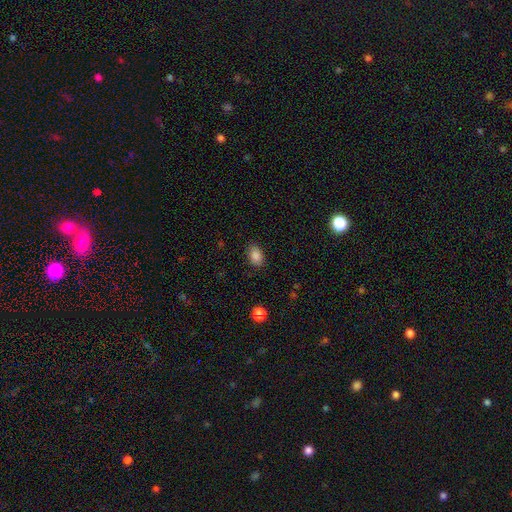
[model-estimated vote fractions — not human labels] smooth_or_featured: smooth (p=0.87) [alt: star or artifact p=0.09]
how_rounded: in between (p=0.84) [alt: round p=0.15]
merging: none (p=0.85) [alt: minor disturbance p=0.11]